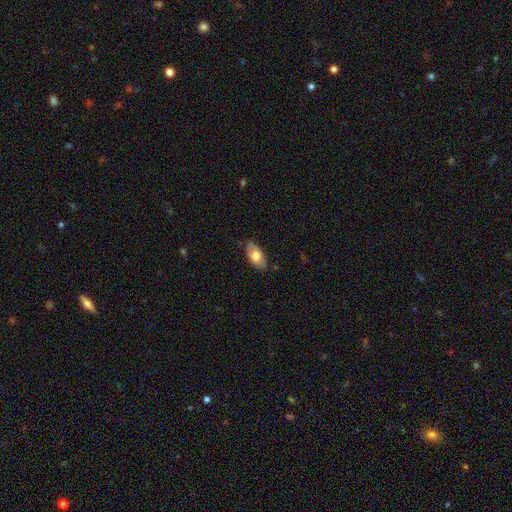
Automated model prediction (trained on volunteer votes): Smooth or featured: smooth — 71% (featured or disk — 23%)
How rounded: in between — 92% (cigar-shaped — 4%)
Merging: none — 81% (minor disturbance — 15%)